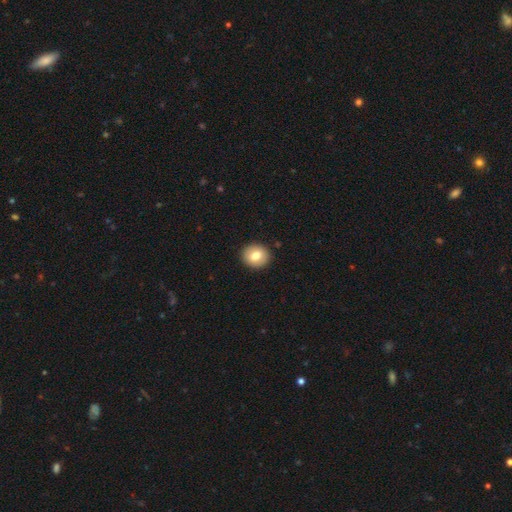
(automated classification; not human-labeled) Smooth or featured? Predicted: smooth (p=0.79). How rounded? Predicted: round (p=0.80). Merging? Predicted: none (p=0.91).